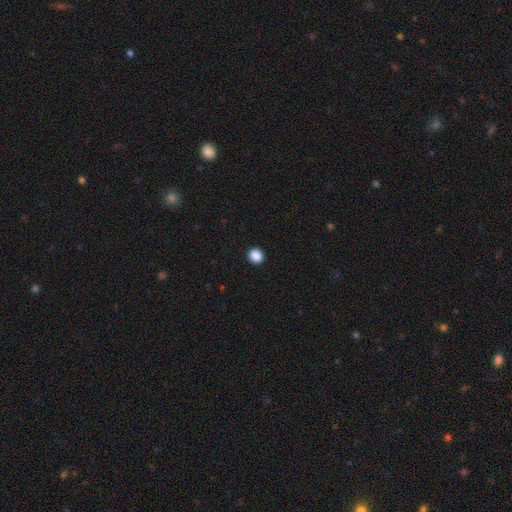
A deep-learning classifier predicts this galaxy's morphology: type=smooth (89%); roundness=round (86%); merging=none (93%).